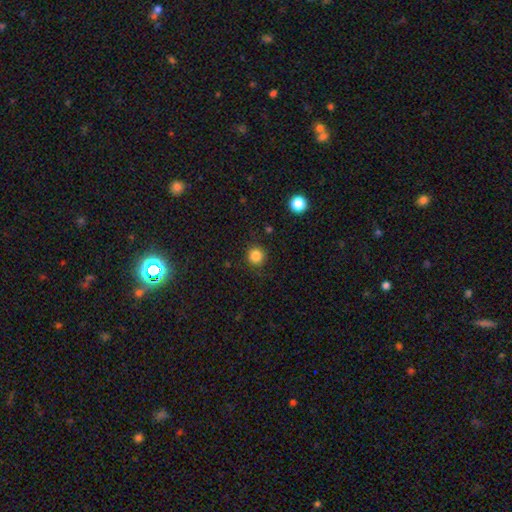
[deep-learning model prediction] Smooth or featured: smooth — 84% (star or artifact — 12%)
How rounded: round — 93% (in between — 6%)
Merging: none — 89% (minor disturbance — 8%)